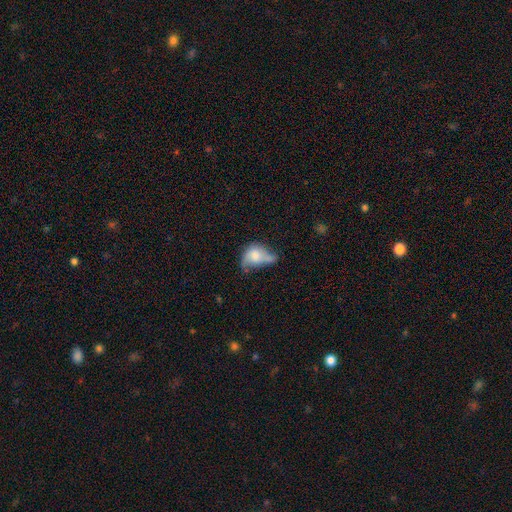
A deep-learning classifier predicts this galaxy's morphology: Smooth or featured?
  - smooth: 64% *
  - featured or disk: 27%
  - star or artifact: 9%
How rounded?
  - in between: 72% *
  - round: 26%
  - cigar-shaped: 2%
Merging?
  - minor disturbance: 27% * (tied)
  - major disturbance: 27% * (tied)
  - merger: 26%
  - none: 20%